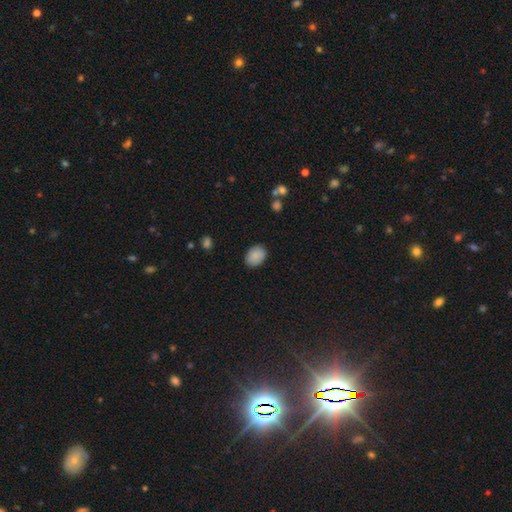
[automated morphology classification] Q: Smooth or featured?
A: smooth (88%); runner-up: star or artifact (7%)
Q: How rounded?
A: in between (68%); runner-up: round (31%)
Q: Merging?
A: none (86%); runner-up: minor disturbance (11%)